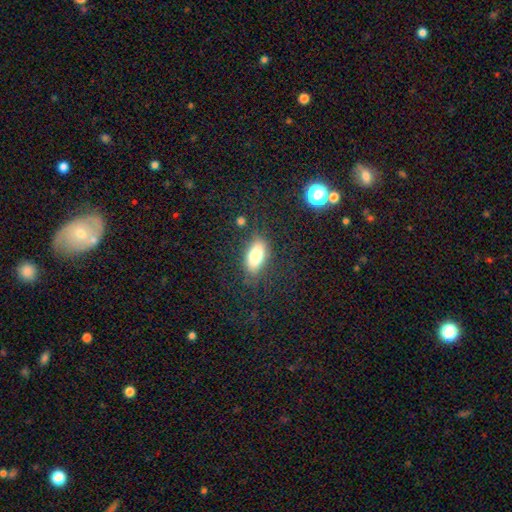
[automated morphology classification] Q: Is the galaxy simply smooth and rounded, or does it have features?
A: smooth — 75%.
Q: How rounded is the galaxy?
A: in between — 83%.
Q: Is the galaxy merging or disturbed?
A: none — 76%.